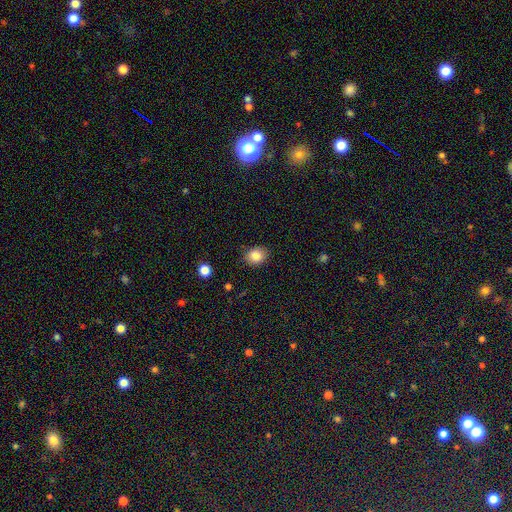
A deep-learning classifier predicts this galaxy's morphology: smooth_or_featured: smooth (p=0.84) [alt: star or artifact p=0.10]
how_rounded: round (p=0.51) [alt: in between p=0.48]
merging: none (p=0.86) [alt: minor disturbance p=0.10]